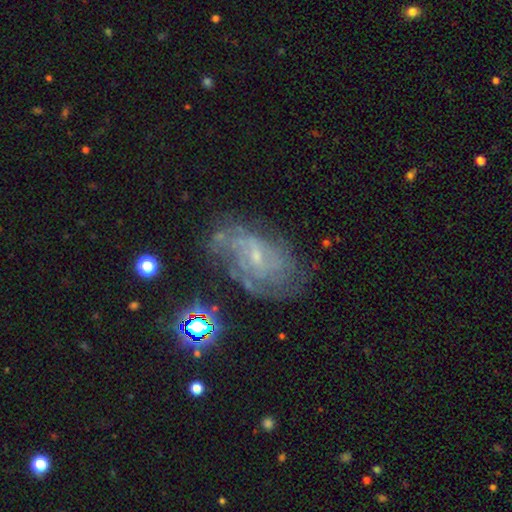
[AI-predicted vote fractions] Morphology: type=featured or disk (77%); edge-on=no (96%); bar=weak (46%); spiral arms=yes (89%); winding=tight (51%); arm count=can't tell (45%); bulge=small (75%); merging=none (63%).